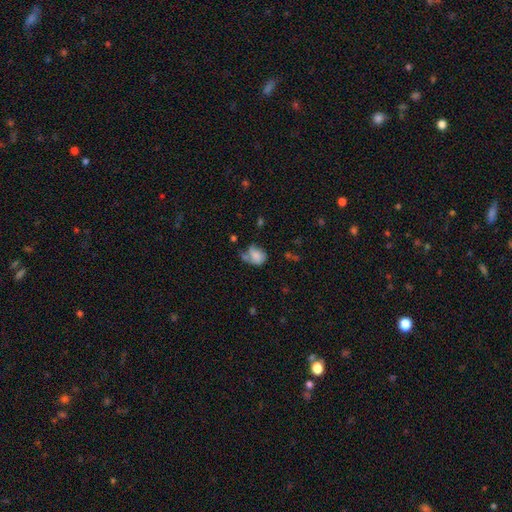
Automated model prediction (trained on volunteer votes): Morphology: type=smooth (66%); roundness=in between (61%); merging=none (33%).